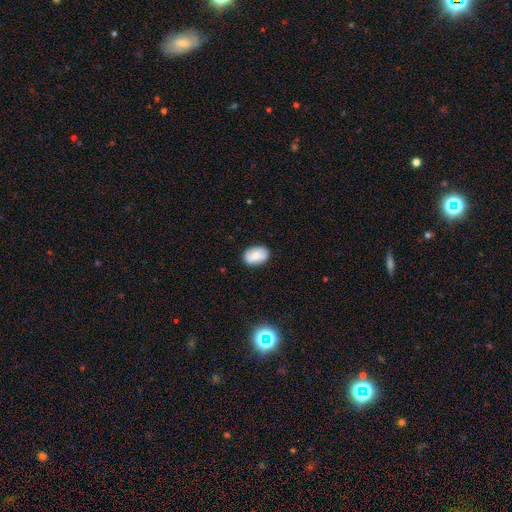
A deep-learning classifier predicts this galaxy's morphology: type=smooth (76%); roundness=in between (83%); merging=none (84%).